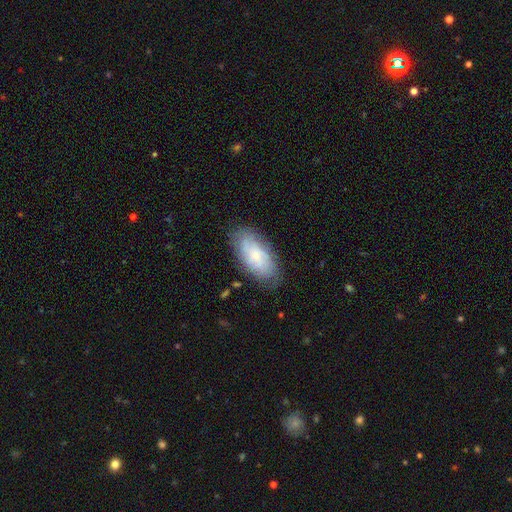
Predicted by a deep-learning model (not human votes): The model was most divided on "smooth or featured": featured or disk: 48%, smooth: 44%, star or artifact: 7%. More confident: merging — none (74%).